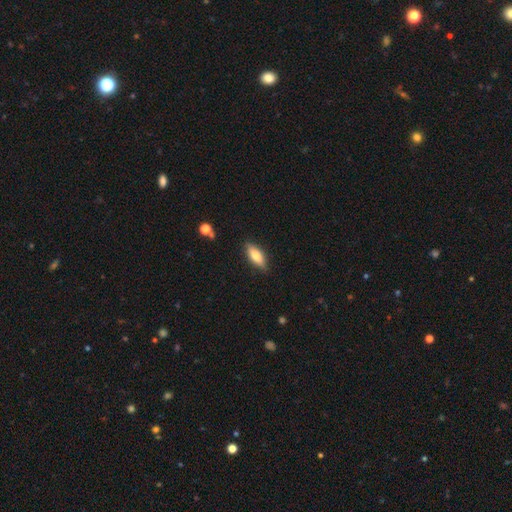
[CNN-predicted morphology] type=smooth (74%); roundness=in between (68%); merging=none (85%).